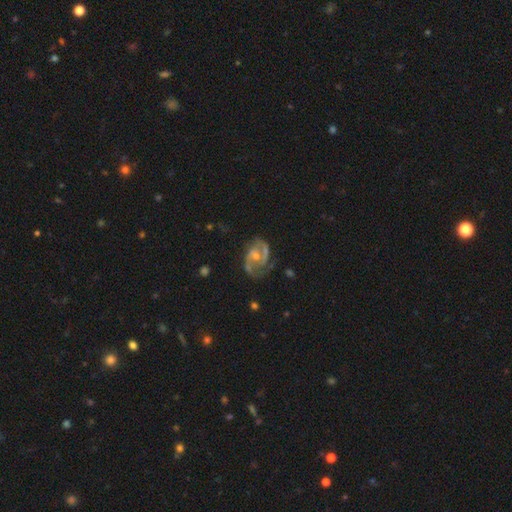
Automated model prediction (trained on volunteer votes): Morphology: type=featured or disk (86%); edge-on=no (98%); bar=no (48%); spiral arms=yes (94%); winding=medium (54%); arm count=2 (83%); bulge=small (51%); merging=none (63%).